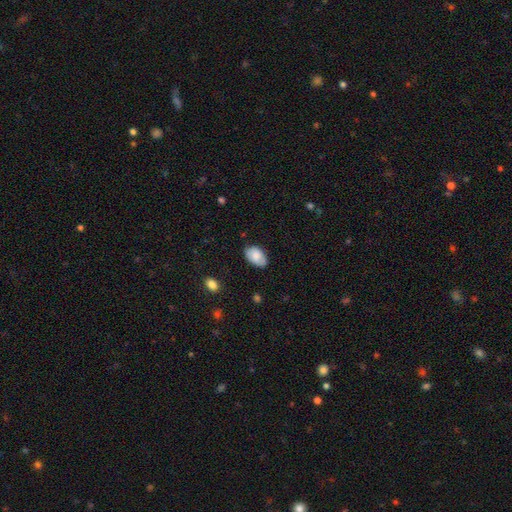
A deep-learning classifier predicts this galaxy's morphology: A smooth galaxy with no disk features (80%) that is in between round and cigar-shaped (92%).

Vote fractions:
- Smooth or featured? smooth: 80% / featured or disk: 14% / star or artifact: 7%
- How rounded? in between: 92% / round: 7% / cigar-shaped: 1%
- Merging? none: 77% / minor disturbance: 19% / major disturbance: 3% / merger: 1%